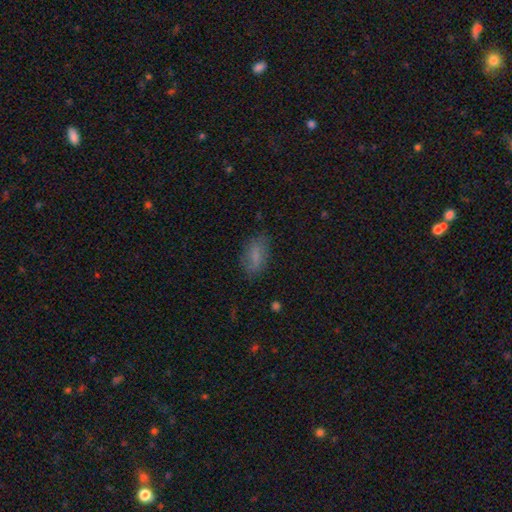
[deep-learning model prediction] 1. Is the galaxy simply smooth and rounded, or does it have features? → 76% smooth, 15% featured or disk, 9% star or artifact.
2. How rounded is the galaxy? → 89% in between, 7% cigar-shaped, 5% round.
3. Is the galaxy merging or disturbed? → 75% none, 18% minor disturbance, 5% major disturbance, 2% merger.